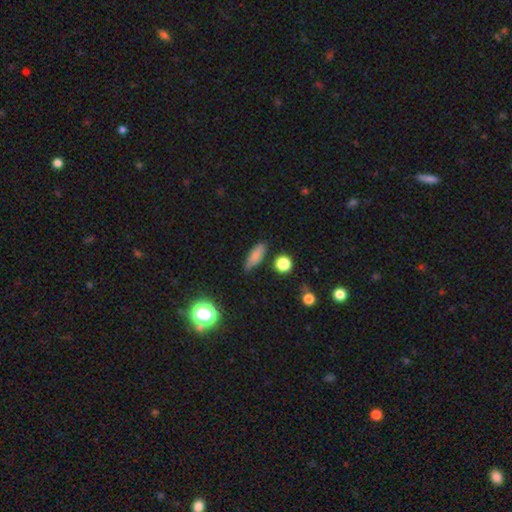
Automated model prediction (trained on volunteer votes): This is likely a smooth galaxy (79%). How rounded: possibly in between (58%). Merging: likely none (76%).